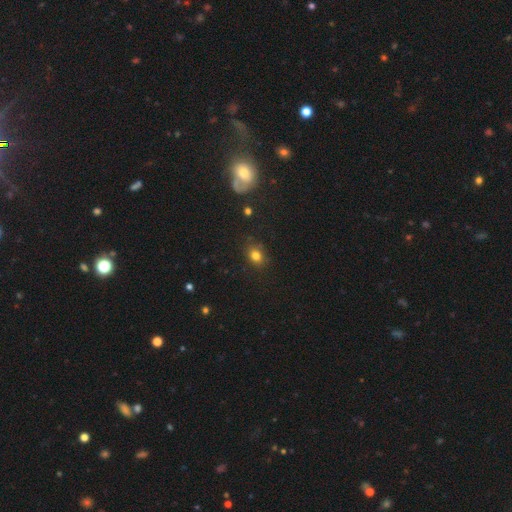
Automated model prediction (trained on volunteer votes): Overall: smooth (78%). How rounded: round (52%; in between 47%). Merging: none (81%).